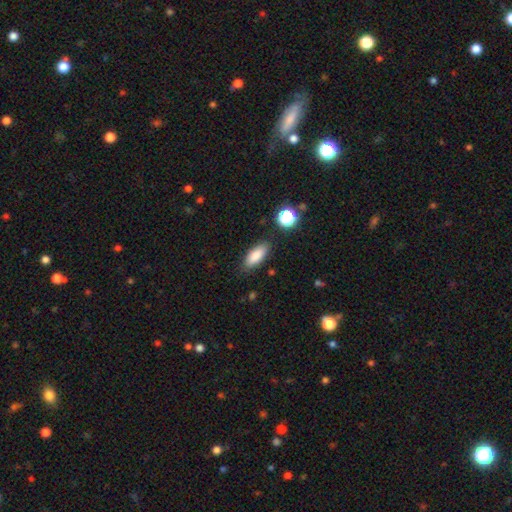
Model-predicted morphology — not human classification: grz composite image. It shows a smooth galaxy with no disk features (84%) that is in between round and cigar-shaped (76%). Merging: none (84%).